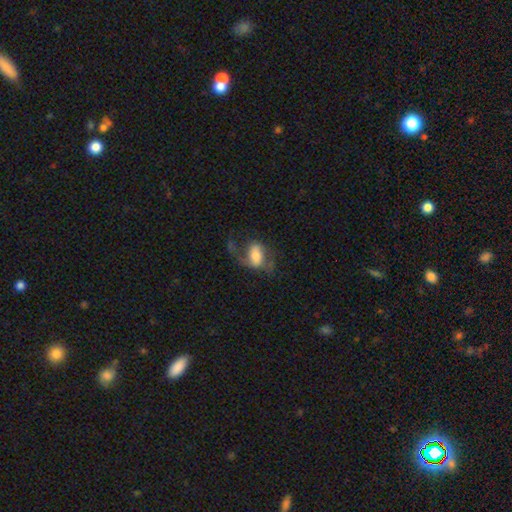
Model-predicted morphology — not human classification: Overall: featured or disk (55%; smooth 38%). Edge-on disk: no (95%). Bar: no (42%; weak 38%). Spiral arms: yes (79%). Bulge size: moderate (42%; large 27%). Merging: major disturbance (43%; none 35%).